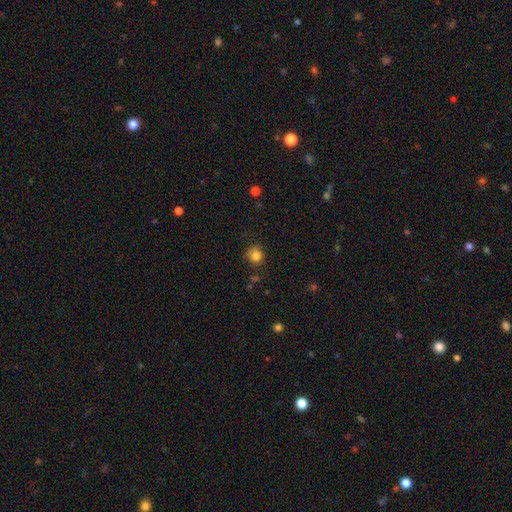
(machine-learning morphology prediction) This is clearly a smooth galaxy (82%). How rounded: clearly round (87%). Merging: likely none (71%).